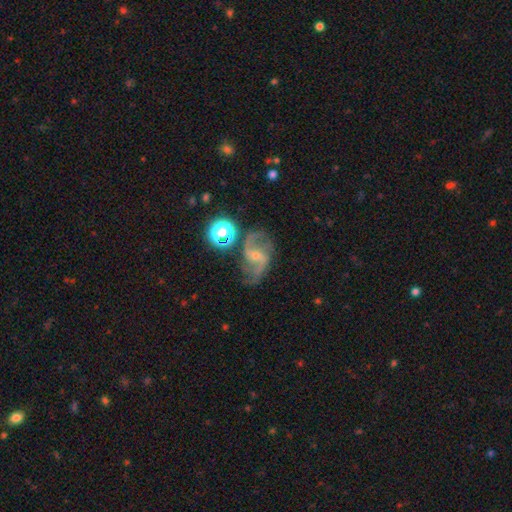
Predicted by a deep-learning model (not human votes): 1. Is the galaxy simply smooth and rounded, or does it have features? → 87% featured or disk, 8% star or artifact, 5% smooth.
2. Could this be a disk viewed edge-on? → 98% no, 2% yes.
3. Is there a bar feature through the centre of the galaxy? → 46% weak, 36% no, 18% strong.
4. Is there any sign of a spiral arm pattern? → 97% yes, 3% no.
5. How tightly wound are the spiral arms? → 47% medium, 41% loose, 13% tight.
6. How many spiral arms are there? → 87% 2, 4% 3, 4% can't tell, 2% 1, 2% 4, 2% more than 4.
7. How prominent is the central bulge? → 64% small, 31% moderate, 3% none, 1% large, 1% dominant.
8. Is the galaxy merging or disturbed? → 73% none, 16% minor disturbance, 7% major disturbance, 4% merger.